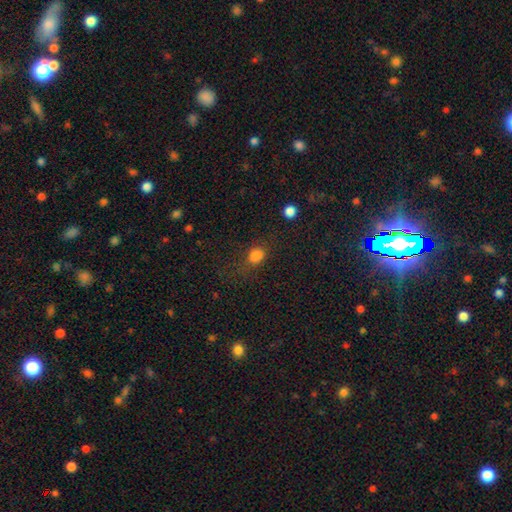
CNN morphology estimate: smooth_or_featured: smooth (p=0.81) [alt: star or artifact p=0.13]
how_rounded: in between (p=0.54) [alt: round p=0.44]
merging: none (p=0.62) [alt: minor disturbance p=0.20]